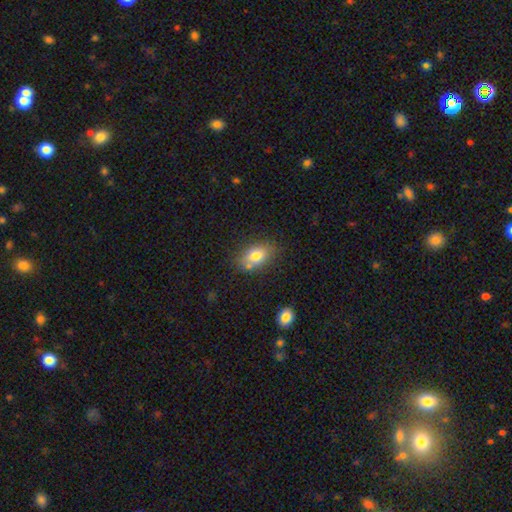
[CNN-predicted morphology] The model was most divided on "merging": none: 71%, minor disturbance: 17%, merger: 8%, major disturbance: 4%. More confident: how rounded — in between (87%); smooth or featured — smooth (79%).